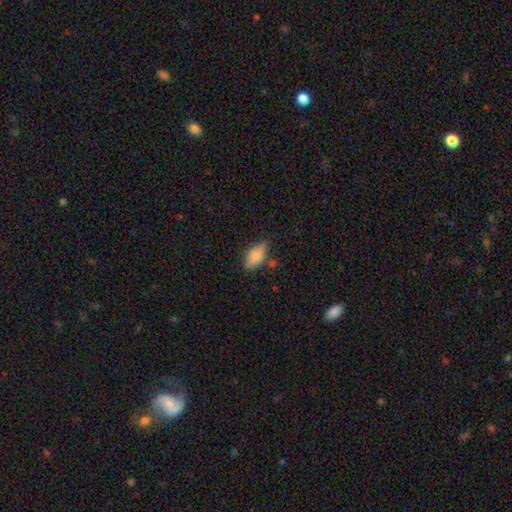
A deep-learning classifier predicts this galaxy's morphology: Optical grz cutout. It shows a smooth galaxy with no disk features (77%) that is in between round and cigar-shaped (86%). Merging: none (67%).